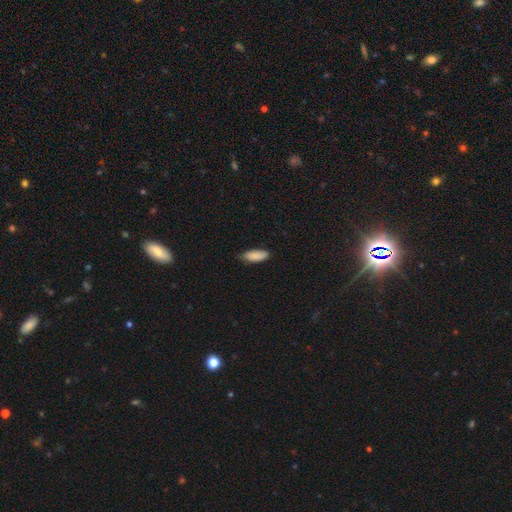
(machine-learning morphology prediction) Overall: smooth (88%). How rounded: in between (76%). Merging: none (69%).